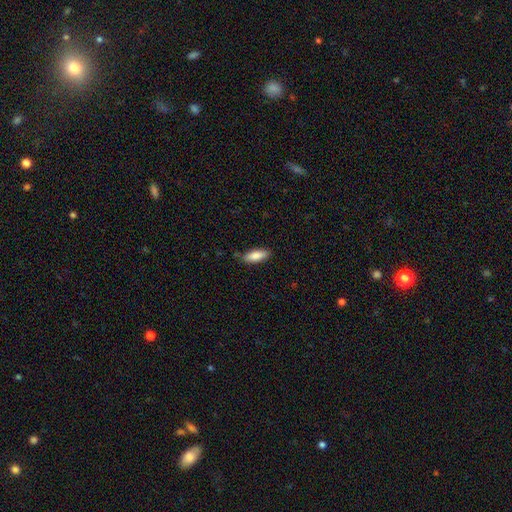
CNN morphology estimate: smooth_or_featured: smooth (p=0.85) [alt: featured or disk p=0.09]
how_rounded: in between (p=0.69) [alt: cigar-shaped p=0.29]
merging: none (p=0.81) [alt: minor disturbance p=0.15]